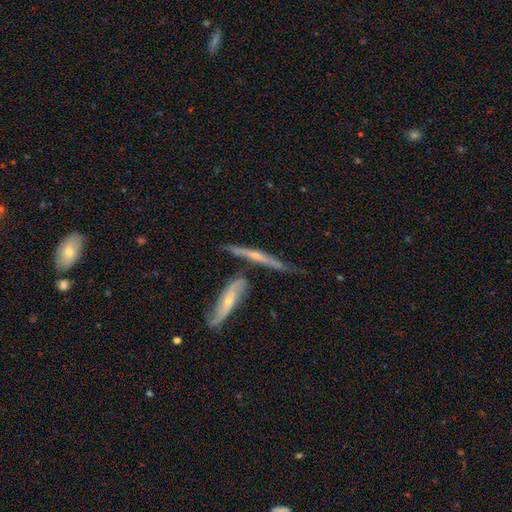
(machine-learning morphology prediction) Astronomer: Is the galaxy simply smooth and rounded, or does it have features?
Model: featured or disk — 76%.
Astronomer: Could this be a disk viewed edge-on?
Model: yes — 88%.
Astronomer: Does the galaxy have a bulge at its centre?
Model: rounded — 72%.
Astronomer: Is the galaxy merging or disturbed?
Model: none — 56%.